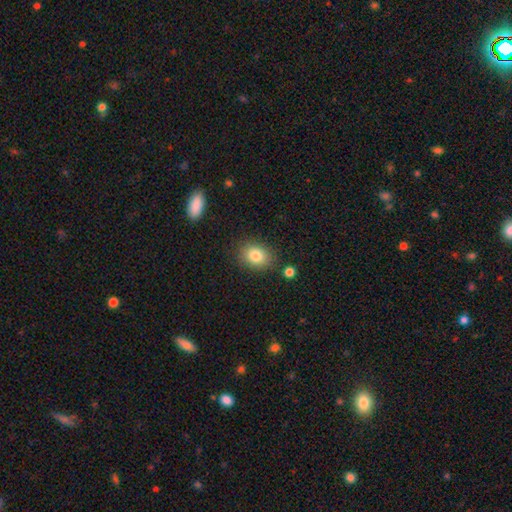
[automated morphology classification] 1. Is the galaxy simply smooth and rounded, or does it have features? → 83% smooth, 9% star or artifact, 8% featured or disk.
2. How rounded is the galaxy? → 56% in between, 43% round, 1% cigar-shaped.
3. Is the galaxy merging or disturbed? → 83% none, 11% minor disturbance, 3% merger, 3% major disturbance.